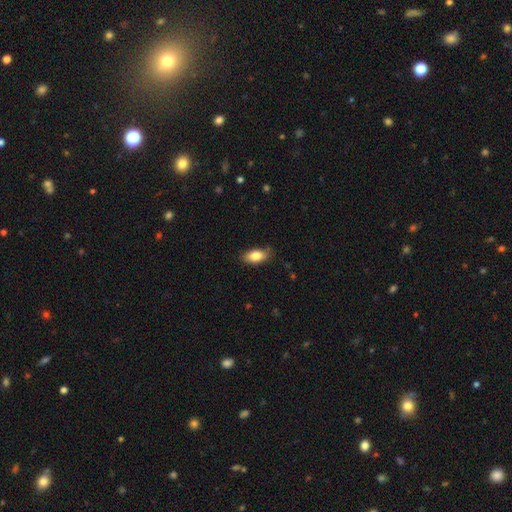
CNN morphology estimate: Smooth or featured? Predicted: smooth (p=0.82). How rounded? Predicted: in between (p=0.89). Merging? Predicted: none (p=0.82).